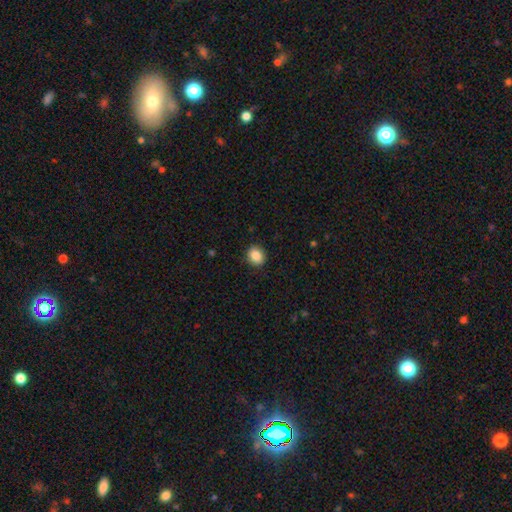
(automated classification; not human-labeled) A smooth galaxy with no disk features (87%) that is round (68%).

Vote fractions:
- Smooth or featured? smooth: 87% / star or artifact: 9% / featured or disk: 4%
- How rounded? round: 68% / in between: 31% / cigar-shaped: 1%
- Merging? none: 89% / minor disturbance: 8% / major disturbance: 2% / merger: 1%